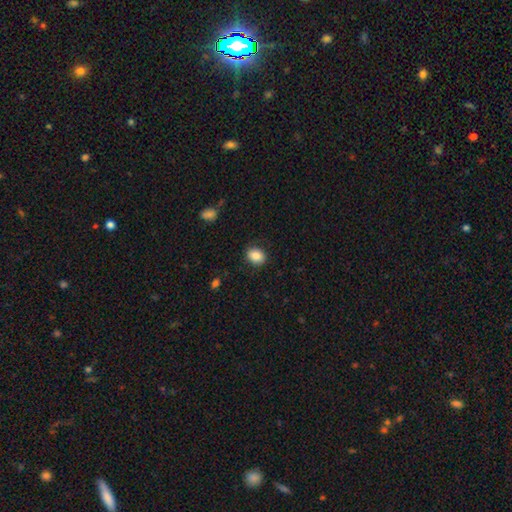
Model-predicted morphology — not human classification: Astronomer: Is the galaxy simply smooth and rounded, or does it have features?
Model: smooth — 86%.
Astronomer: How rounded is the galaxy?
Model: in between — 56% (runner-up: round, 44%).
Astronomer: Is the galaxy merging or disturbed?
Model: none — 86%.